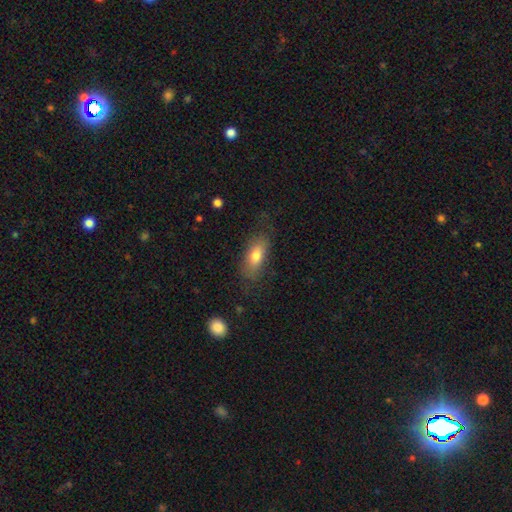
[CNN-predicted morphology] Smooth or featured? Predicted: smooth (p=0.76). How rounded? Predicted: in between (p=0.82). Merging? Predicted: none (p=0.74).